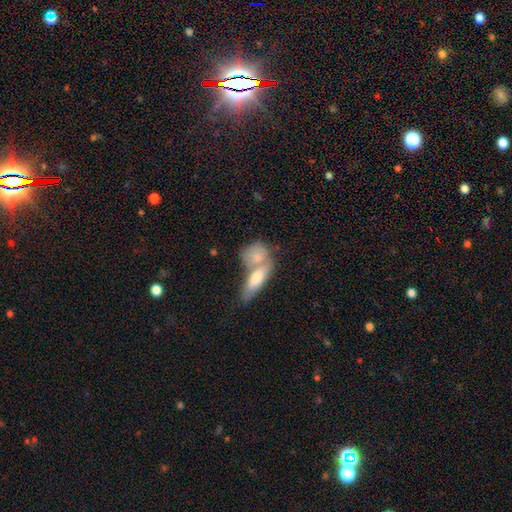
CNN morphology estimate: This appears to be a smooth galaxy with no disk features (75%) that is in between round and cigar-shaped (51%). Merging: merger (57%).